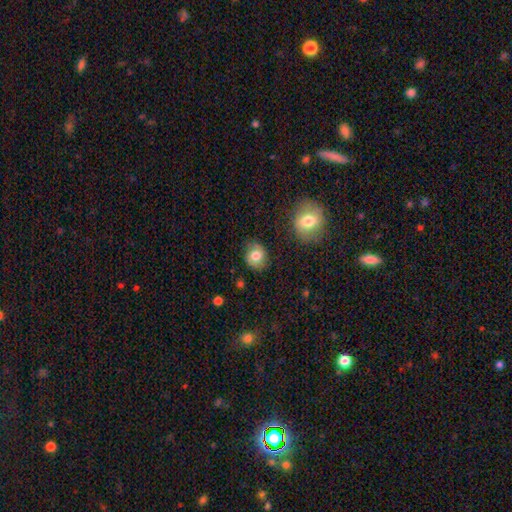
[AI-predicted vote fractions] A smooth galaxy with no disk features (69%) that is round (69%). Merging: none (77%).